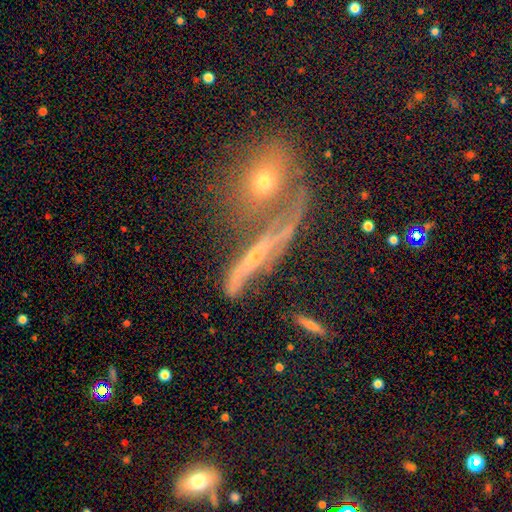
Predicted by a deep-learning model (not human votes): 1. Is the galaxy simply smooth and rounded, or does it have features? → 63% featured or disk, 25% smooth, 12% star or artifact.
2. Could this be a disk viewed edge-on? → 50% no (tied), 50% yes (tied).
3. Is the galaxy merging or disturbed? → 39% none, 28% merger, 17% minor disturbance, 16% major disturbance.